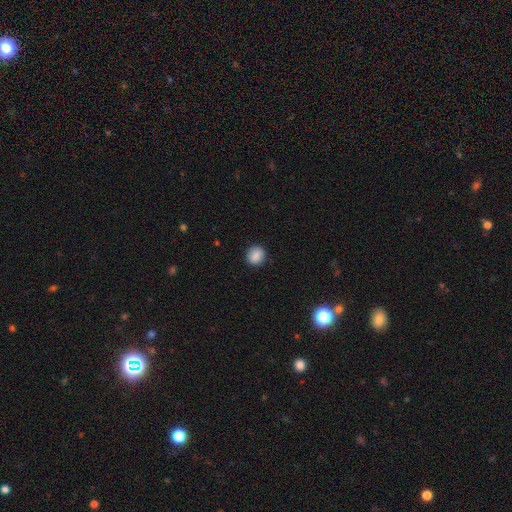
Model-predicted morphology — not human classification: This appears to be a smooth galaxy with no disk features (87%) that is round (81%). Merging: none (89%).